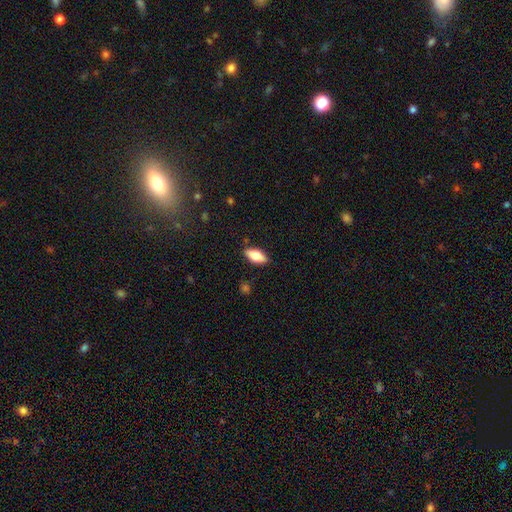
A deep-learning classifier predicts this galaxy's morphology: A smooth galaxy with no disk features (73%) that is in between round and cigar-shaped (82%). Merging: none (86%).